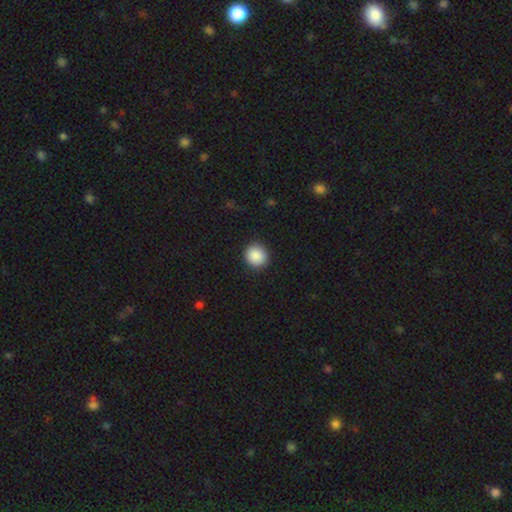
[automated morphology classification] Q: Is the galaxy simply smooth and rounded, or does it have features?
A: smooth — 89%.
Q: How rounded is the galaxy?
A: round — 91%.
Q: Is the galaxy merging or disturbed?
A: none — 91%.